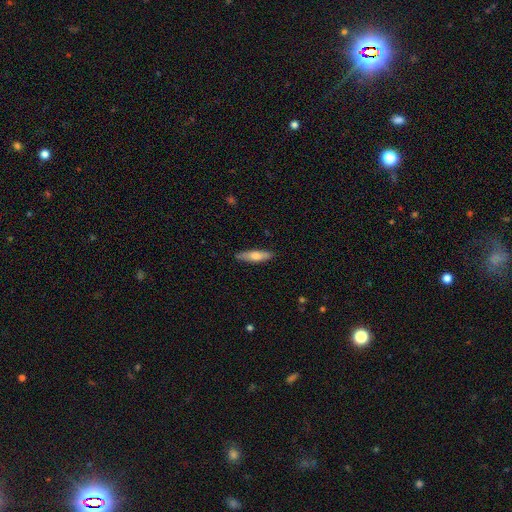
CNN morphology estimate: Smooth or featured?
  - smooth: 64% *
  - featured or disk: 31%
  - star or artifact: 6%
How rounded?
  - cigar-shaped: 68% *
  - in between: 30%
  - round: 2%
Merging?
  - none: 86% *
  - minor disturbance: 11%
  - major disturbance: 2%
  - merger: 1%